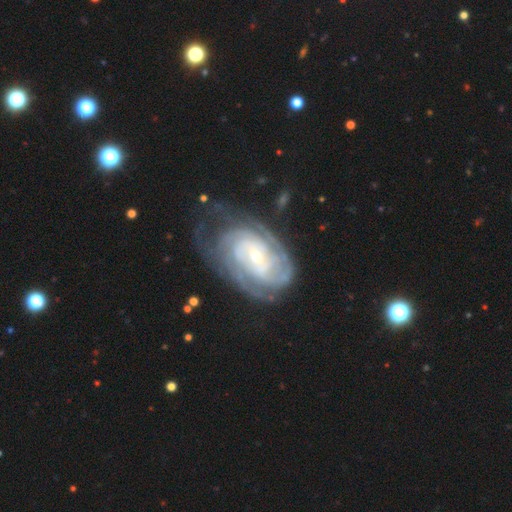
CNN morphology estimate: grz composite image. It shows a featured or disk galaxy (89%) with no bar (54%), tight (76%) spiral arms (97%) and a small central bulge (66%). Merging: none (63%).